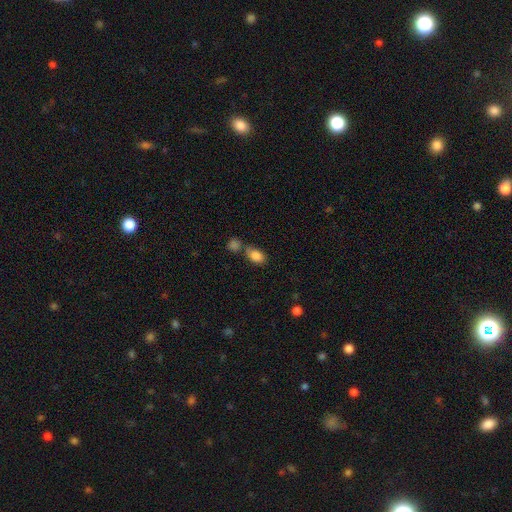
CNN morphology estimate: smooth_or_featured: smooth (p=0.85) [alt: star or artifact p=0.09]
how_rounded: in between (p=0.86) [alt: round p=0.13]
merging: none (p=0.52) [alt: merger p=0.30]